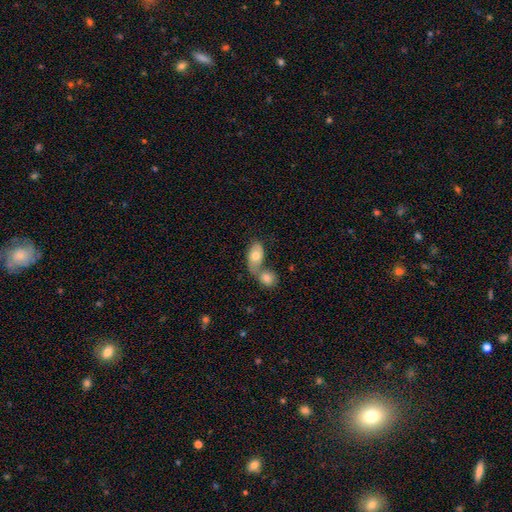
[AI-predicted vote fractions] This appears to be a smooth galaxy with no disk features (74%) that is in between round and cigar-shaped (87%). Merging: merger (65%).